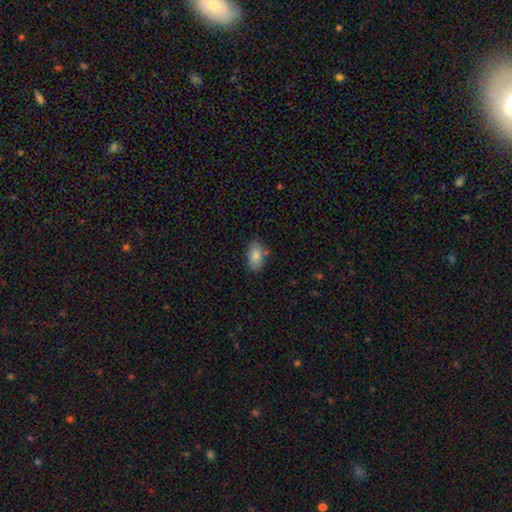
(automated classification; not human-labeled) A smooth galaxy with no disk features (84%) that is in between round and cigar-shaped (92%). Merging: none (77%).